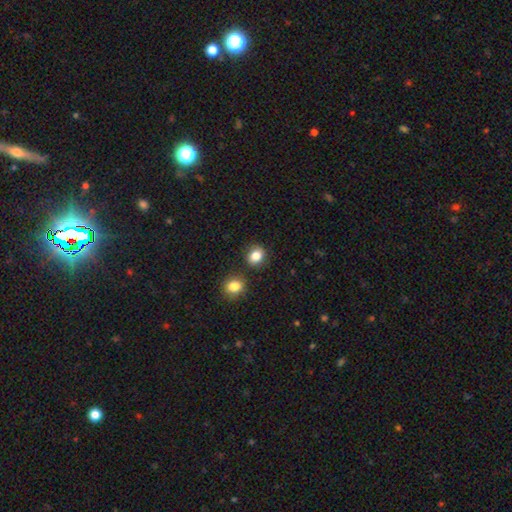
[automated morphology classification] Smooth or featured?
  - smooth: 84% *
  - star or artifact: 10%
  - featured or disk: 6%
How rounded?
  - round: 62% *
  - in between: 37%
  - cigar-shaped: 1%
Merging?
  - none: 80% *
  - minor disturbance: 10%
  - merger: 7%
  - major disturbance: 3%